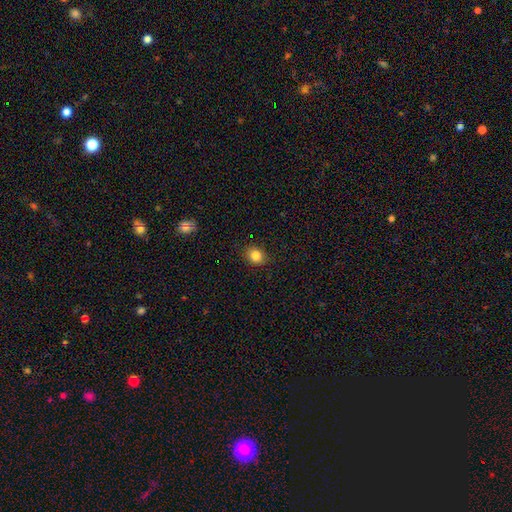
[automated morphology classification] Overall: smooth (84%). How rounded: round (64%; in between 35%). Merging: none (88%).